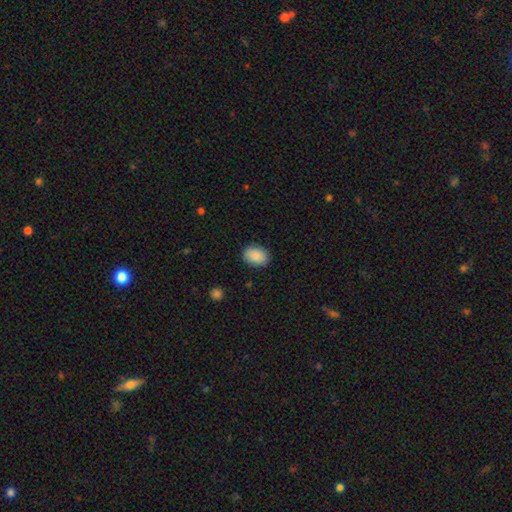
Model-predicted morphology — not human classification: type=smooth (88%); roundness=in between (75%); merging=none (87%).